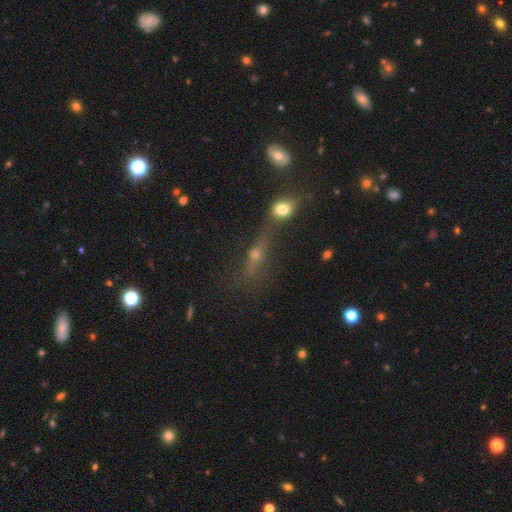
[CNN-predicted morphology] A smooth galaxy with no disk features (38%).

Vote fractions:
- Smooth or featured? smooth: 38% / featured or disk: 37% / star or artifact: 26%
- Merging? none: 42% / merger: 33% / minor disturbance: 13% / major disturbance: 12%